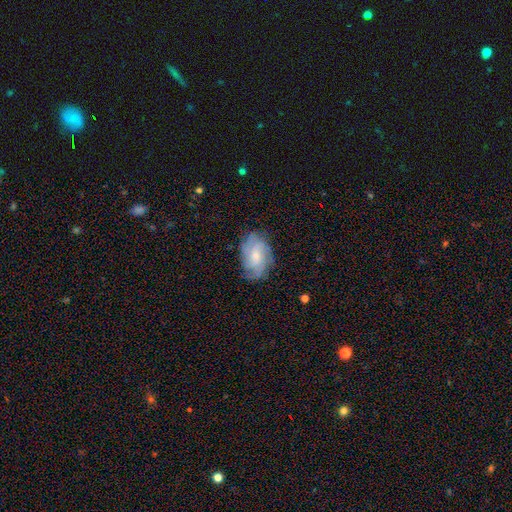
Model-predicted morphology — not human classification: Smooth or featured? featured or disk (62%)
Edge-on disk? no (96%)
Bar? no (72%)
Spiral arms? yes (87%)
Spiral winding? tight (48%)
Spiral arm count? can't tell (44%)
Bulge size? small (67%)
Merging? none (73%)